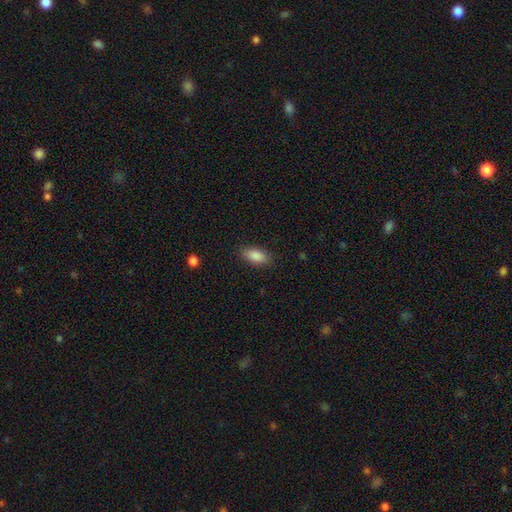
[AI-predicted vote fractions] smooth 87%, star or artifact 7%, featured or disk 6%. Down the decision tree: how rounded — in between (88%); merging — none (86%).